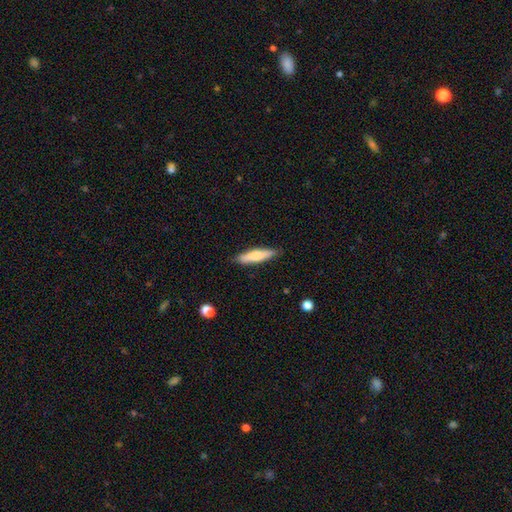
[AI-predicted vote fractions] Morphology: type=smooth (71%); roundness=cigar-shaped (80%); merging=none (87%).